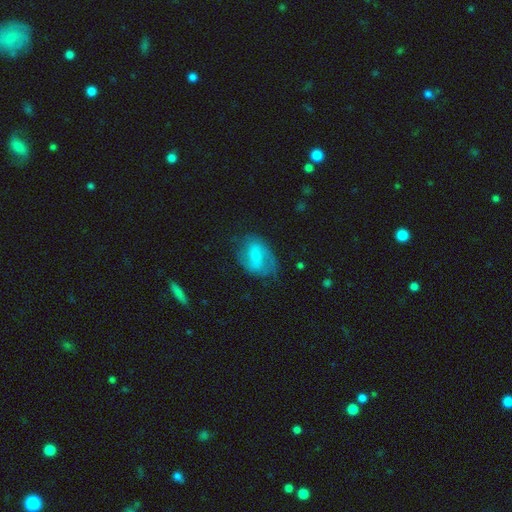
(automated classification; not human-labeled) smooth_or_featured: featured or disk (p=0.64) [alt: smooth p=0.29]
disk_edge_on: no (p=0.96) [alt: yes p=0.04]
bar: weak (p=0.47) [alt: no p=0.38]
has_spiral_arms: yes (p=0.85) [alt: no p=0.15]
spiral_winding: medium (p=0.46) [alt: loose p=0.30]
spiral_arm_count: 2 (p=0.78) [alt: can't tell p=0.13]
bulge_size: small (p=0.53) [alt: moderate p=0.41]
merging: none (p=0.65) [alt: minor disturbance p=0.23]